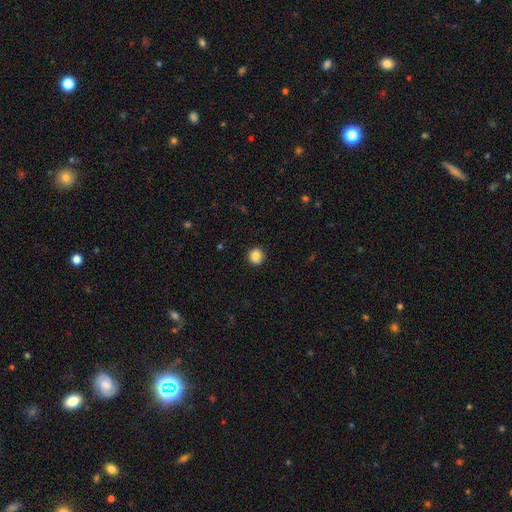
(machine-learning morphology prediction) Smooth or featured?
  - smooth: 84% *
  - star or artifact: 9%
  - featured or disk: 6%
How rounded?
  - round: 82% *
  - in between: 17%
  - cigar-shaped: 1%
Merging?
  - none: 88% *
  - minor disturbance: 9%
  - major disturbance: 2%
  - merger: 1%